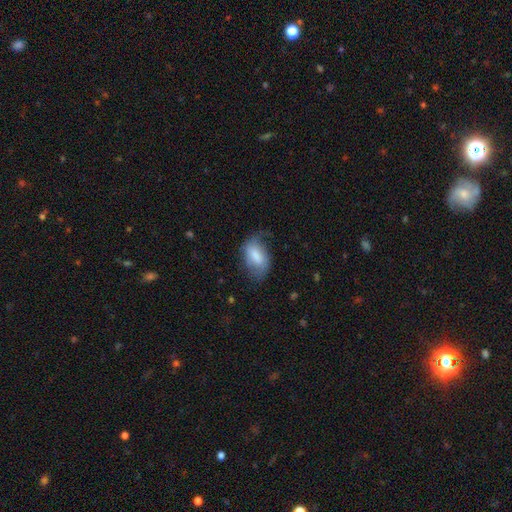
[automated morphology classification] Overall: smooth (65%; featured or disk 28%). How rounded: in between (90%). Merging: none (47%; minor disturbance 32%).